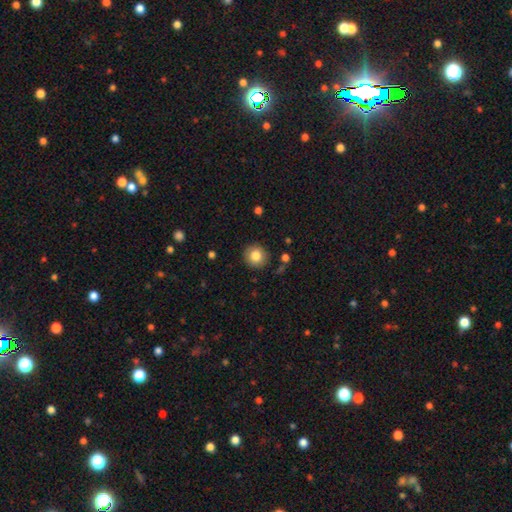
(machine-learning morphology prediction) Smooth or featured: smooth — 83% (star or artifact — 9%)
How rounded: round — 92% (in between — 7%)
Merging: none — 89% (minor disturbance — 7%)